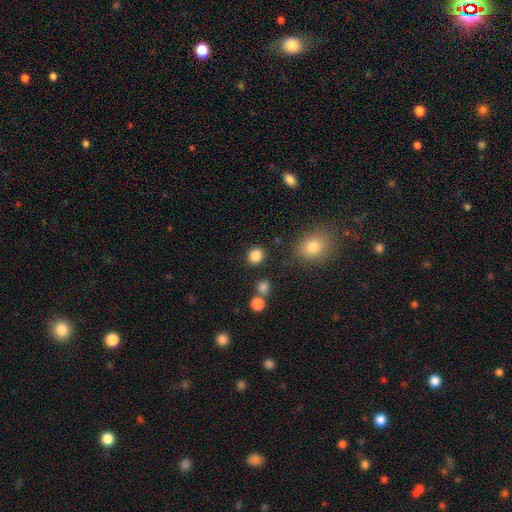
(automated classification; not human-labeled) Smooth or featured?
  - smooth: 85% *
  - star or artifact: 11%
  - featured or disk: 4%
How rounded?
  - round: 73% *
  - in between: 26%
  - cigar-shaped: 1%
Merging?
  - none: 86% *
  - minor disturbance: 8%
  - merger: 4%
  - major disturbance: 3%